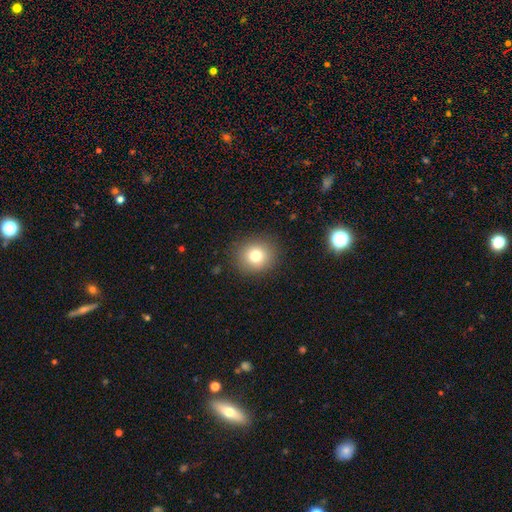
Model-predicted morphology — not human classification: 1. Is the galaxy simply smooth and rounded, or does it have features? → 78% smooth, 12% star or artifact, 10% featured or disk.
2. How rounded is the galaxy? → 86% round, 13% in between, 1% cigar-shaped.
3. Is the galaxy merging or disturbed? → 88% none, 8% minor disturbance, 3% major disturbance, 1% merger.